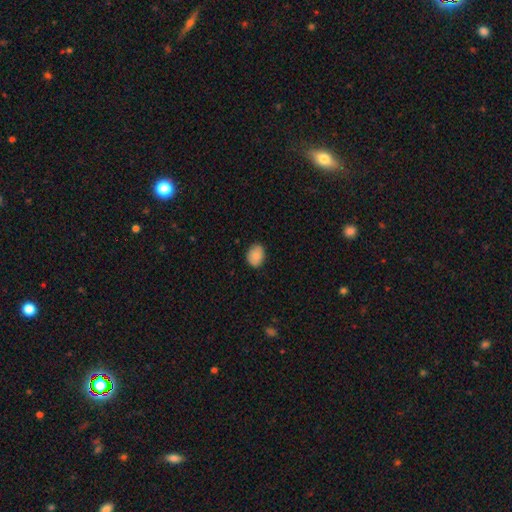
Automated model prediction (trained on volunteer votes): Smooth or featured? Predicted: smooth (p=0.86). How rounded? Predicted: in between (p=0.62). Merging? Predicted: none (p=0.83).